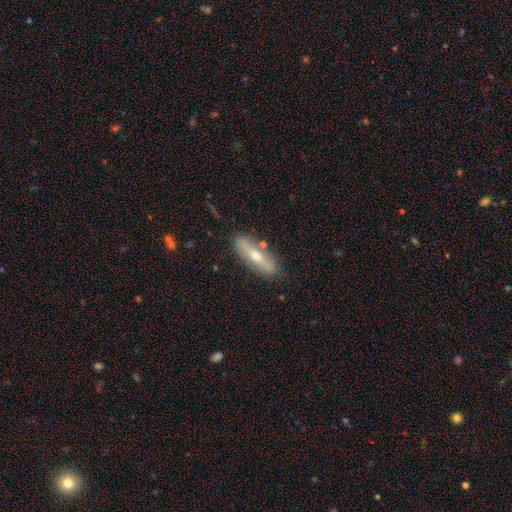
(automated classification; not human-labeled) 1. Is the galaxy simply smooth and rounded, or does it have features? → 47% featured or disk, 46% smooth, 7% star or artifact.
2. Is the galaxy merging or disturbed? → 82% none, 12% minor disturbance, 4% merger, 3% major disturbance.